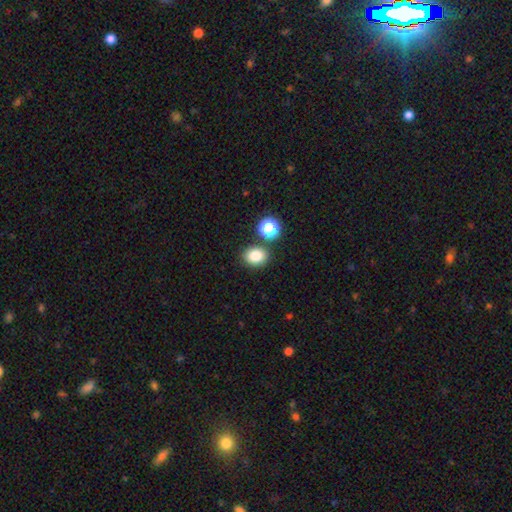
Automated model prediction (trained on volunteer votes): Smooth or featured? smooth (82%)
How rounded? round (50%)
Merging? none (79%)